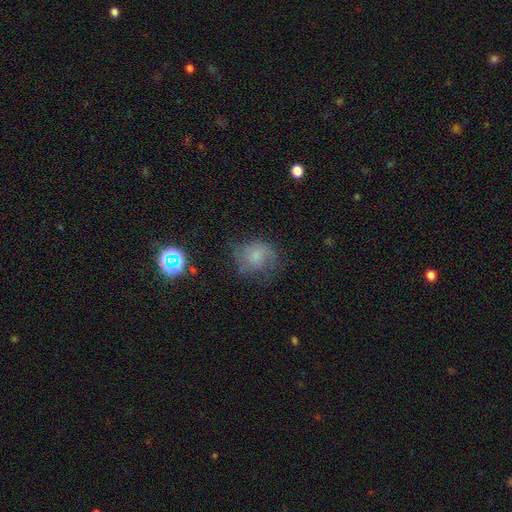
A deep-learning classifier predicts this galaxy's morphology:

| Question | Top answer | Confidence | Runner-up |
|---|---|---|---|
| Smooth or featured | smooth | 60% | featured or disk (25%) |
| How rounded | round | 77% | in between (22%) |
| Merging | none | 56% | minor disturbance (26%) |